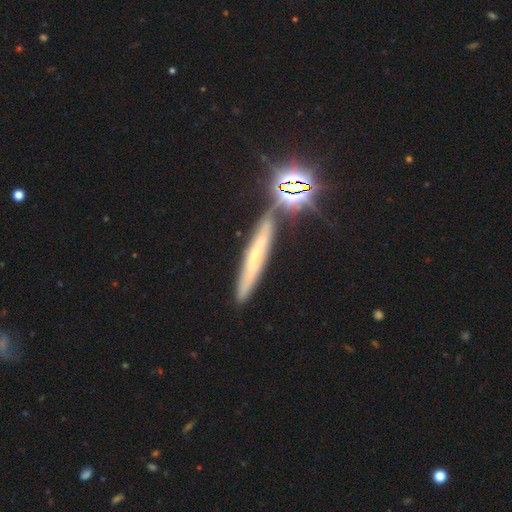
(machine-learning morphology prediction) type=featured or disk (45%); merging=none (78%).